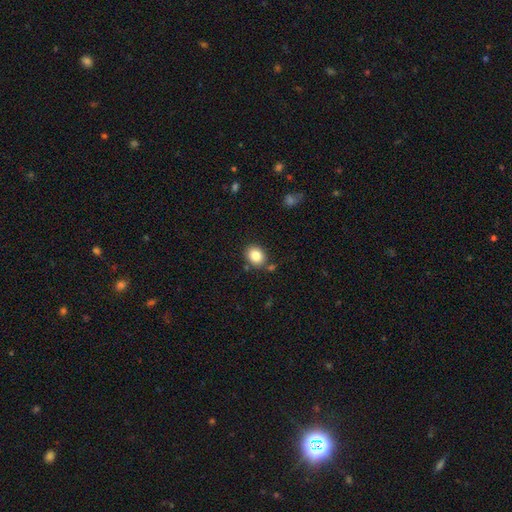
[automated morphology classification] Smooth or featured?
  - smooth: 84% *
  - star or artifact: 9%
  - featured or disk: 7%
How rounded?
  - round: 56% *
  - in between: 43%
  - cigar-shaped: 1%
Merging?
  - none: 81% *
  - minor disturbance: 10%
  - merger: 6%
  - major disturbance: 3%